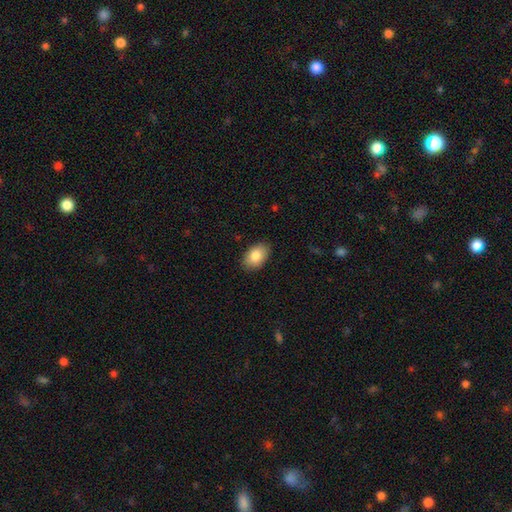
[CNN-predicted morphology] A smooth galaxy with no disk features (84%) that is in between round and cigar-shaped (89%). Merging: none (87%).